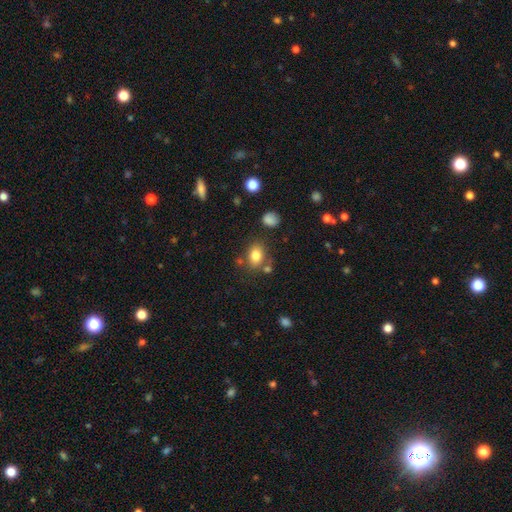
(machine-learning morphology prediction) smooth-or-featured: smooth: 80% | star or artifact: 11% | featured or disk: 9%
  how-rounded: in between: 65% | round: 34% | cigar-shaped: 1%
  merging: none: 71% | minor disturbance: 14% | merger: 10% | major disturbance: 5%